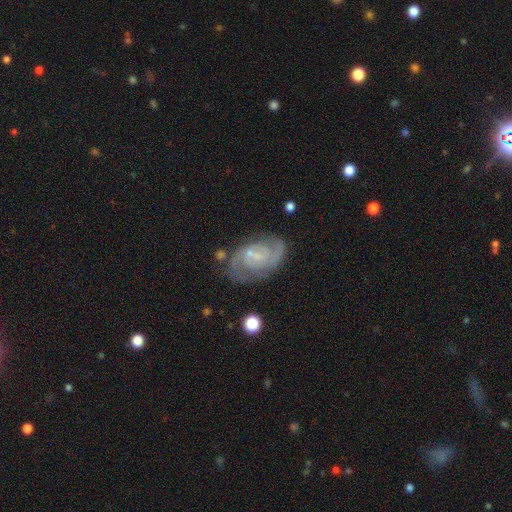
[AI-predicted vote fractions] featured or disk 84%, smooth 9%, star or artifact 7%. Down the decision tree: edge-on disk — no (97%); bar — weak (45%, tied with no); spiral arms — yes (96%); spiral arm count — 2 (75%); spiral winding — medium (45%); bulge size — small (70%); merging — none (73%).